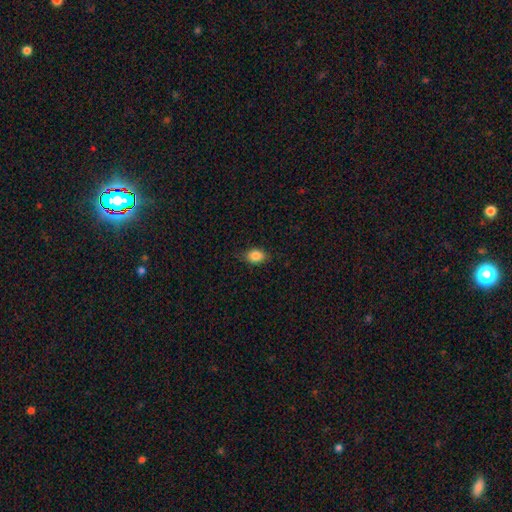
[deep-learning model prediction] smooth-or-featured: smooth: 85% | star or artifact: 9% | featured or disk: 6%
  how-rounded: in between: 69% | round: 29% | cigar-shaped: 2%
  merging: none: 81% | minor disturbance: 15% | major disturbance: 3% | merger: 1%